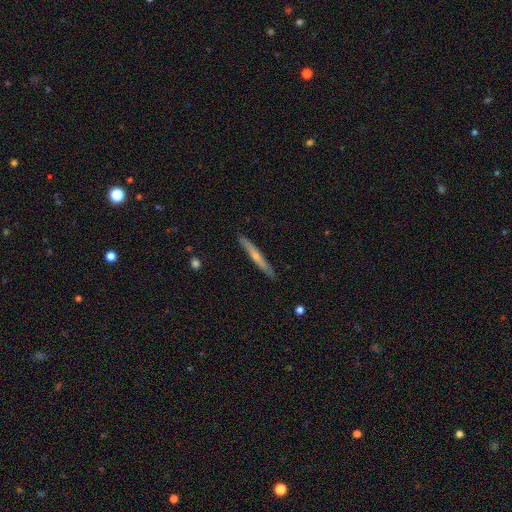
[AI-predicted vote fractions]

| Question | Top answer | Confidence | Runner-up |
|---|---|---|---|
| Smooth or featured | featured or disk | 59% | smooth (35%) |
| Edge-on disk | yes | 95% | no (5%) |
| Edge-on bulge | rounded | 65% | none (32%) |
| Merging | none | 89% | minor disturbance (8%) |